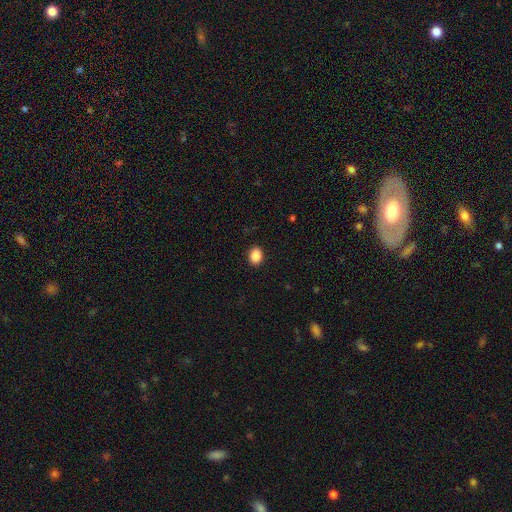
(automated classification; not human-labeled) smooth_or_featured: smooth (p=0.87) [alt: star or artifact p=0.09]
how_rounded: in between (p=0.57) [alt: round p=0.42]
merging: none (p=0.90) [alt: minor disturbance p=0.07]